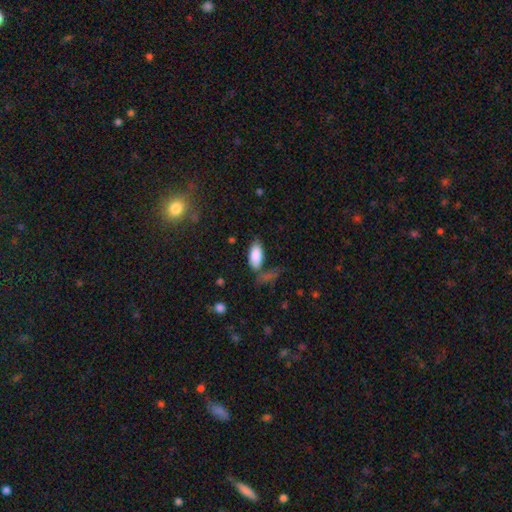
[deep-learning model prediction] Smooth or featured? Predicted: smooth (p=0.86). How rounded? Predicted: in between (p=0.91). Merging? Predicted: none (p=0.59).